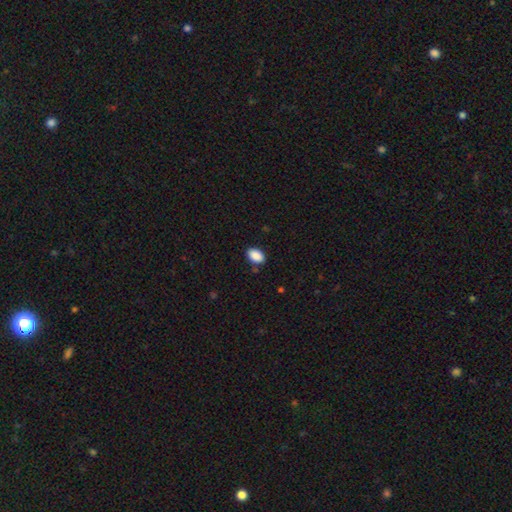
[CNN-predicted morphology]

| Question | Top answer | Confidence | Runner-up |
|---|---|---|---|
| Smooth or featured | smooth | 90% | star or artifact (7%) |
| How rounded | in between | 88% | round (11%) |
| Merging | none | 85% | minor disturbance (11%) |